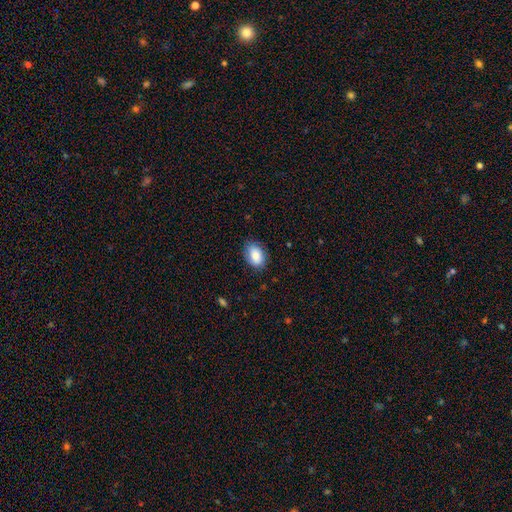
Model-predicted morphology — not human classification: smooth 82%, featured or disk 11%, star or artifact 7%. Down the decision tree: how rounded — in between (82%); merging — none (81%).